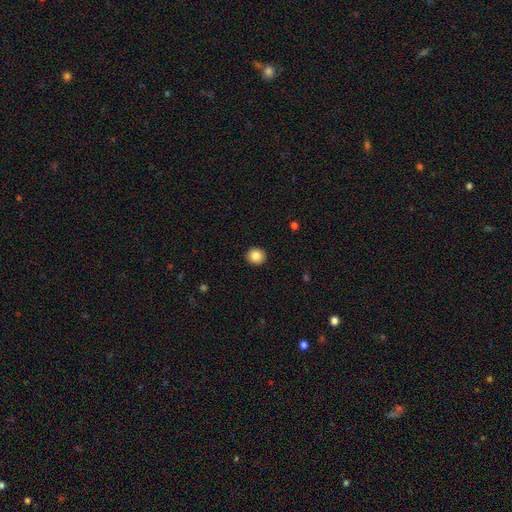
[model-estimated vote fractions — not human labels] smooth_or_featured: smooth (p=0.86) [alt: star or artifact p=0.09]
how_rounded: round (p=0.88) [alt: in between p=0.11]
merging: none (p=0.93) [alt: minor disturbance p=0.05]